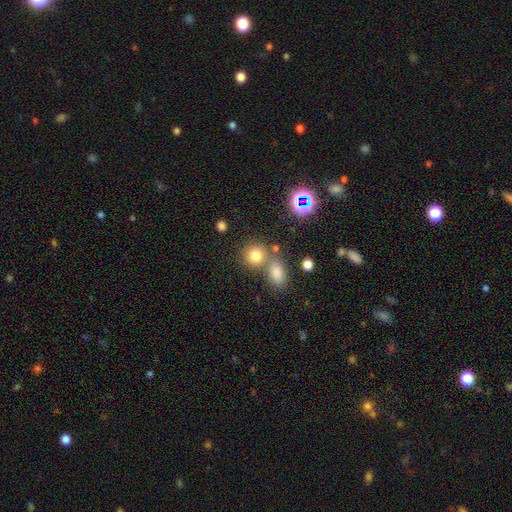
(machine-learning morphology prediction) Smooth or featured: smooth — 76% (star or artifact — 15%)
How rounded: round — 79% (in between — 20%)
Merging: none — 59% (merger — 27%)